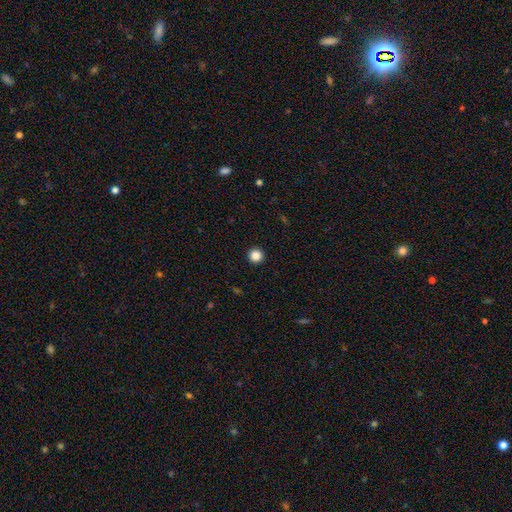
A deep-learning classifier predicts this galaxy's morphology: This appears to be a smooth galaxy with no disk features (86%) that is round (96%). Merging: none (94%).